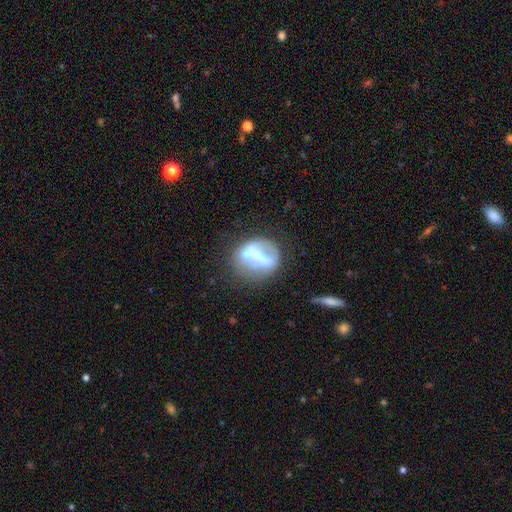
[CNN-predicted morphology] Smooth or featured? Predicted: featured or disk (p=0.48). Merging? Predicted: none (p=0.44).